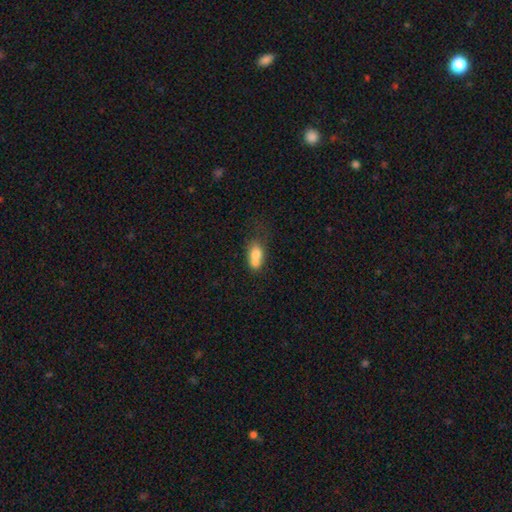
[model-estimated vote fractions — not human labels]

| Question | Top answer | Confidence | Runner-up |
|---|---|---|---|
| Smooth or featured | smooth | 72% | featured or disk (19%) |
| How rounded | in between | 77% | round (17%) |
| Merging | merger | 49% | none (27%) |